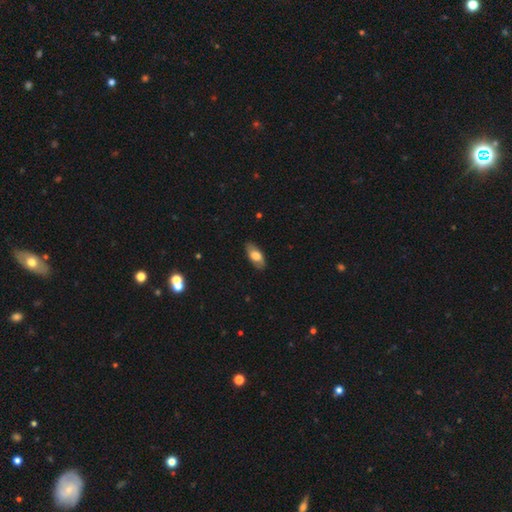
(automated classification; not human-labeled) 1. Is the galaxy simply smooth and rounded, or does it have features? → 69% smooth, 25% featured or disk, 6% star or artifact.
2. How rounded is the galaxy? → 85% in between, 11% cigar-shaped, 3% round.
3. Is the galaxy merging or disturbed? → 84% none, 13% minor disturbance, 3% major disturbance, 1% merger.